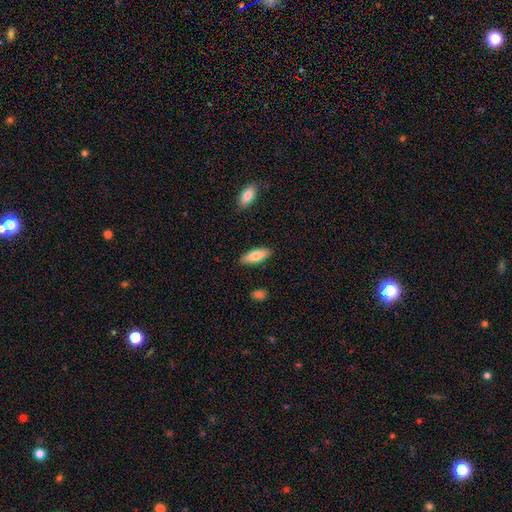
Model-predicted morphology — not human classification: Smooth or featured? smooth (77%)
How rounded? in between (71%)
Merging? none (87%)